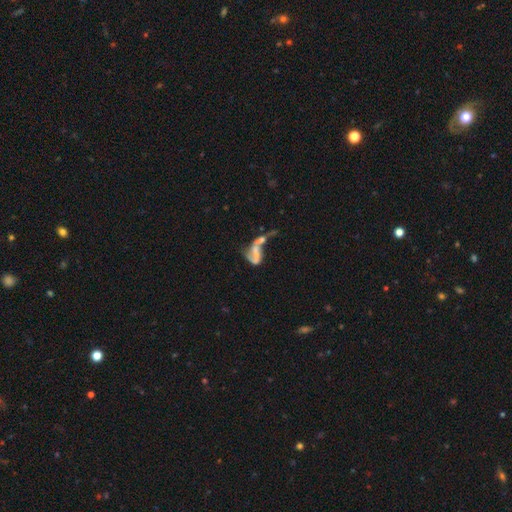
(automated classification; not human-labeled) Smooth or featured: featured or disk — 67% (smooth — 20%)
Edge-on disk: no — 94% (yes — 6%)
Bar: no — 48% (weak — 30%)
Spiral arms: yes — 65% (no — 35%)
Bulge size: none — 50% (small — 33%)
Merging: merger — 45% (major disturbance — 26%)